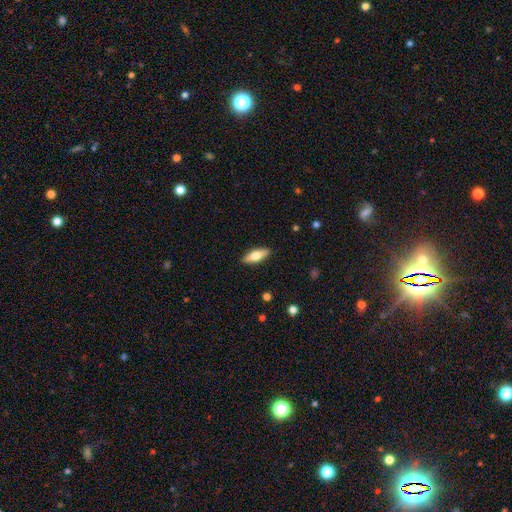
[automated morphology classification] Smooth or featured? smooth (62%)
How rounded? in between (59%)
Merging? none (89%)